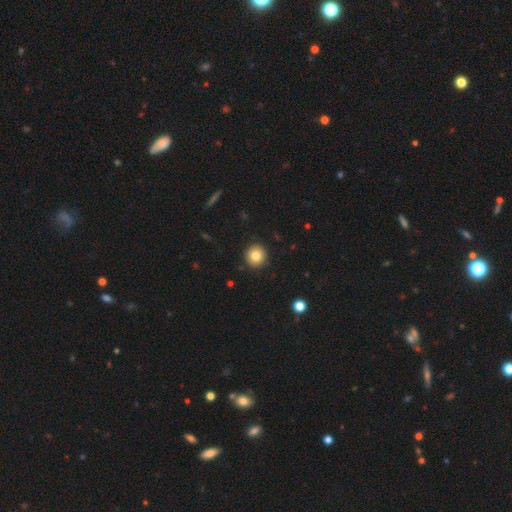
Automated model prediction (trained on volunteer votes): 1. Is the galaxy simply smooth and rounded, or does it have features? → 81% smooth, 10% star or artifact, 9% featured or disk.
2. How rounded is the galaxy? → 93% round, 6% in between, 1% cigar-shaped.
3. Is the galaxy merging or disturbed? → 92% none, 6% minor disturbance, 2% major disturbance, 1% merger.